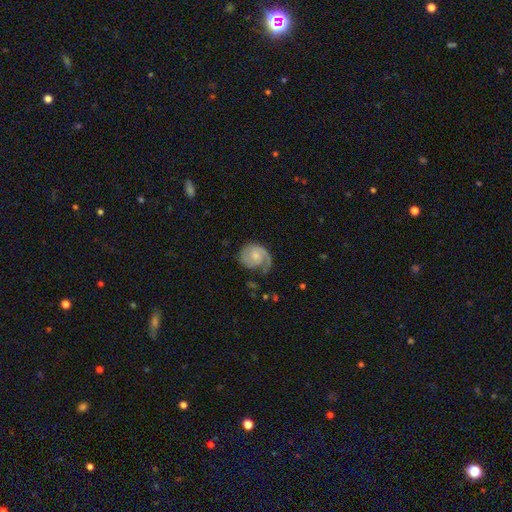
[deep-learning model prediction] The model was most divided on "spiral winding": tight: 45%, medium: 41%, loose: 14%. Remaining: edge-on disk — no (98%); spiral arms — yes (96%); smooth or featured — featured or disk (80%); bar — no (63%); merging — none (60%); spiral arm count — 2 (56%); bulge size — small (49%).